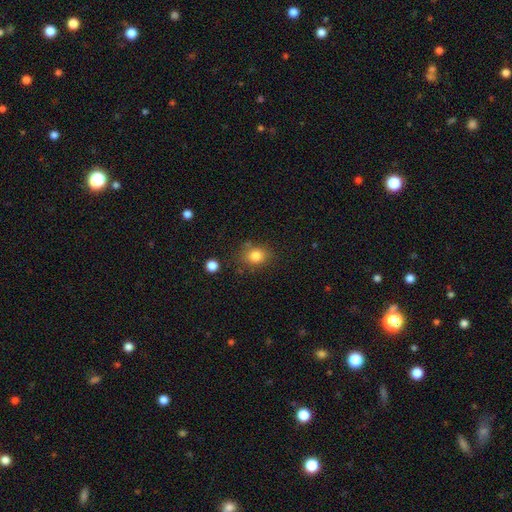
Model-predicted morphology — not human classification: This is clearly a smooth galaxy (82%). How rounded: possibly round (57%). Merging: likely none (75%).